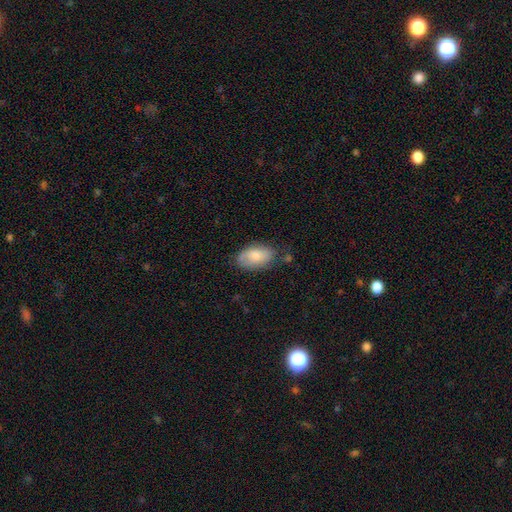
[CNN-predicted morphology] A smooth galaxy with no disk features (75%) that is in between round and cigar-shaped (94%). Merging: none (64%).